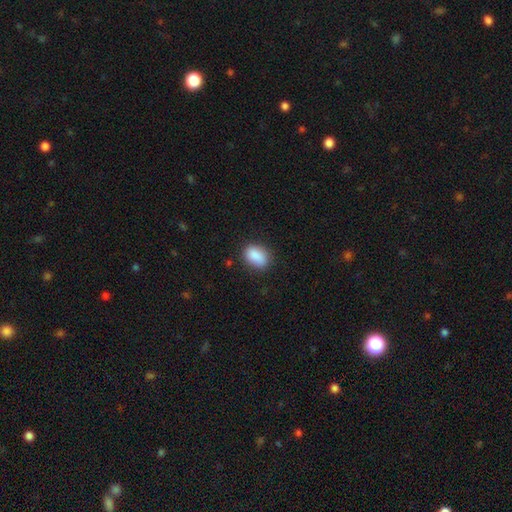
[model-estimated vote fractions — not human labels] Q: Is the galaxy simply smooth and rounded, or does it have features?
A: smooth — 88%.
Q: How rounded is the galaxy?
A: in between — 82%.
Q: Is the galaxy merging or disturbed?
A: none — 81%.